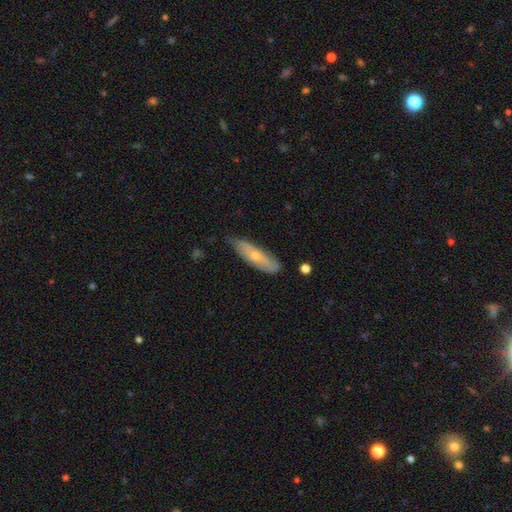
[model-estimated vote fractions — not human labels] smooth-or-featured: smooth: 52% | featured or disk: 42% | star or artifact: 6%
  how-rounded: cigar-shaped: 56% | in between: 42% | round: 2%
  merging: none: 65% | minor disturbance: 28% | major disturbance: 5% | merger: 2%